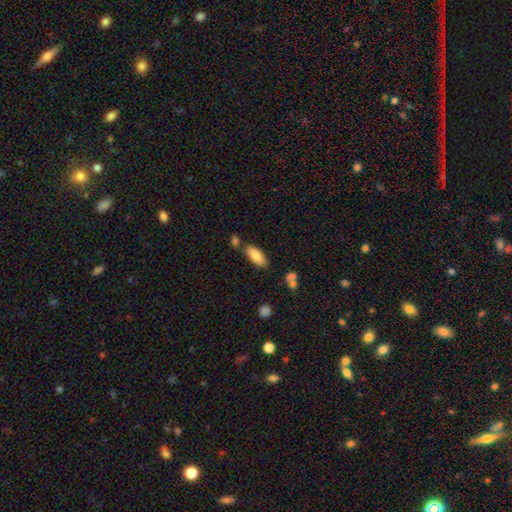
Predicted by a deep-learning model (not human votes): Smooth or featured? smooth (82%)
How rounded? in between (83%)
Merging? none (71%)